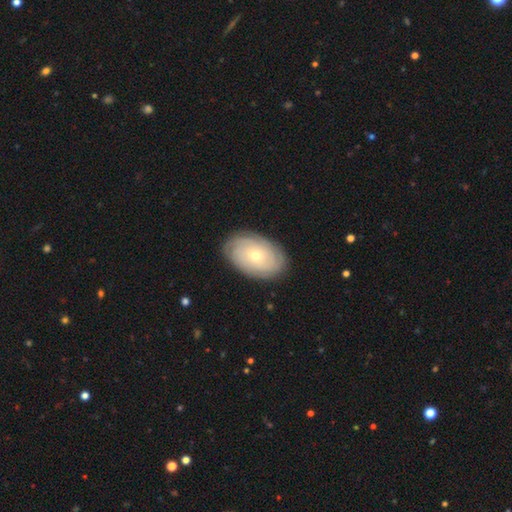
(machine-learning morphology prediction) type=featured or disk (59%); edge-on=no (94%); bar=no (86%); spiral arms=yes (78%); bulge=small (65%); merging=none (85%).